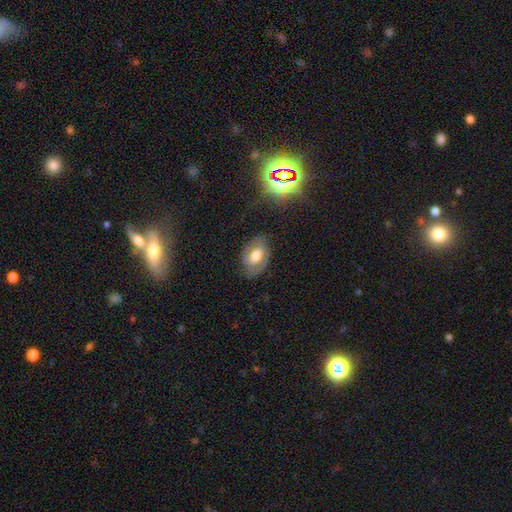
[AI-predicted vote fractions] A featured or disk galaxy (52%). Merging: none (72%).